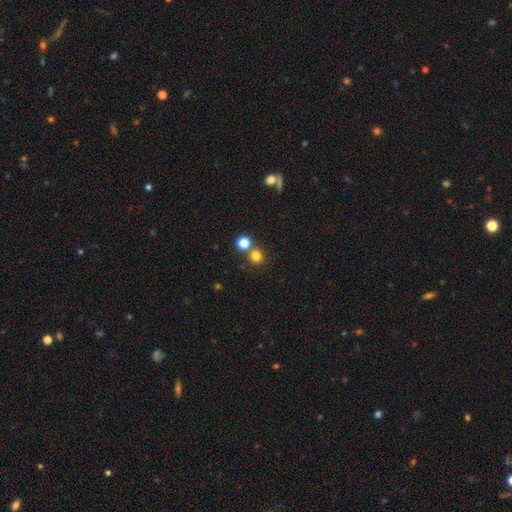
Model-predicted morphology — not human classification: Q: Smooth or featured?
A: smooth (77%); runner-up: star or artifact (16%)
Q: How rounded?
A: round (92%); runner-up: in between (7%)
Q: Merging?
A: none (70%); runner-up: merger (21%)